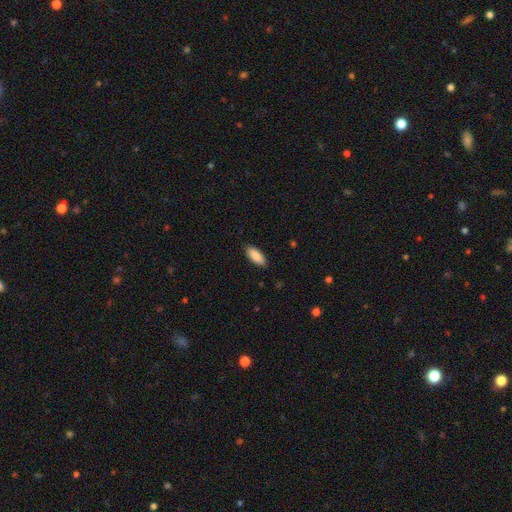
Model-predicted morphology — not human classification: smooth-or-featured: smooth: 90% | star or artifact: 6% | featured or disk: 4%
  how-rounded: in between: 82% | cigar-shaped: 16% | round: 2%
  merging: none: 87% | minor disturbance: 10% | major disturbance: 2% | merger: 1%